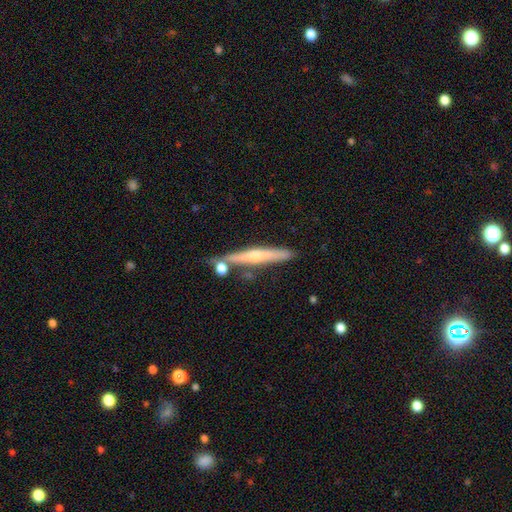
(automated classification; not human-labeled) Smooth or featured?
  - featured or disk: 68% *
  - smooth: 25%
  - star or artifact: 7%
Edge-on disk?
  - yes: 96% *
  - no: 4%
Edge-on bulge?
  - rounded: 80% *
  - none: 15%
  - boxy: 5%
Merging?
  - none: 76% *
  - minor disturbance: 12%
  - merger: 9%
  - major disturbance: 3%